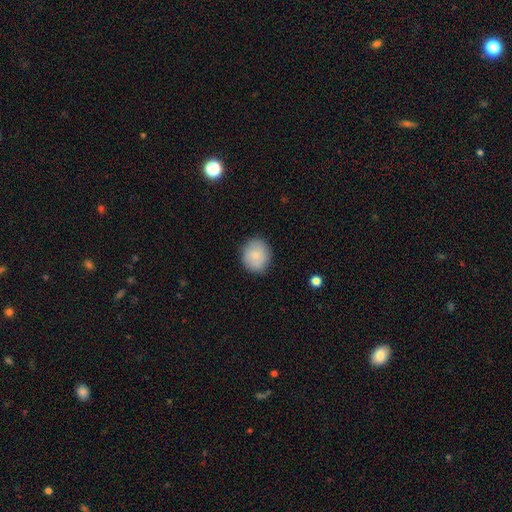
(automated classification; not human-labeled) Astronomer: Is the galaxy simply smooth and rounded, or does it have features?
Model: smooth — 81%.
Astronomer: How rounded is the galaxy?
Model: round — 82%.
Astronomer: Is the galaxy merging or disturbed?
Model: none — 85%.